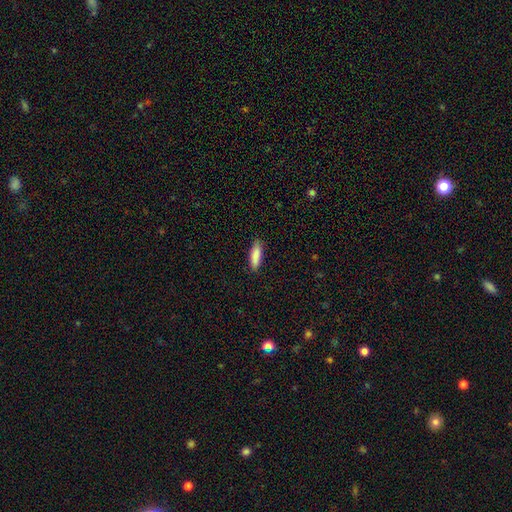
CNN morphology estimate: A smooth galaxy with no disk features (87%) that is cigar-shaped (54%).

Vote fractions:
- Smooth or featured? smooth: 87% / featured or disk: 7% / star or artifact: 6%
- How rounded? cigar-shaped: 54% / in between: 44% / round: 2%
- Merging? none: 86% / minor disturbance: 11% / major disturbance: 2% / merger: 1%